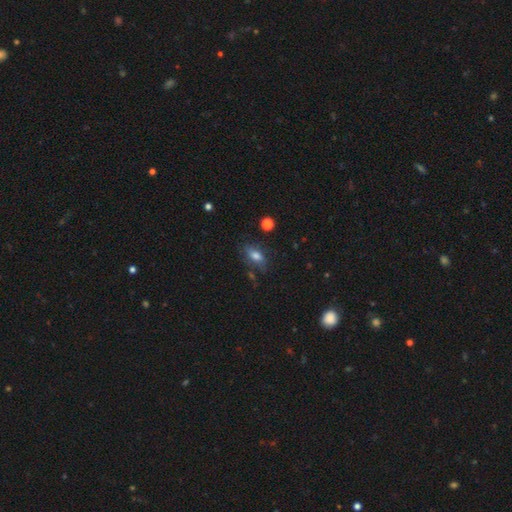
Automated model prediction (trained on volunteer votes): Q: Smooth or featured?
A: smooth (70%); runner-up: featured or disk (19%)
Q: How rounded?
A: in between (78%); runner-up: cigar-shaped (15%)
Q: Merging?
A: none (70%); runner-up: minor disturbance (20%)